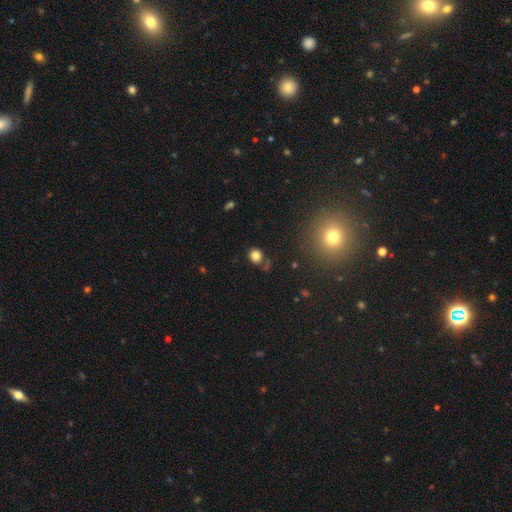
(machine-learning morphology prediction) This appears to be a smooth galaxy with no disk features (80%) that is round (79%). Merging: none (73%).